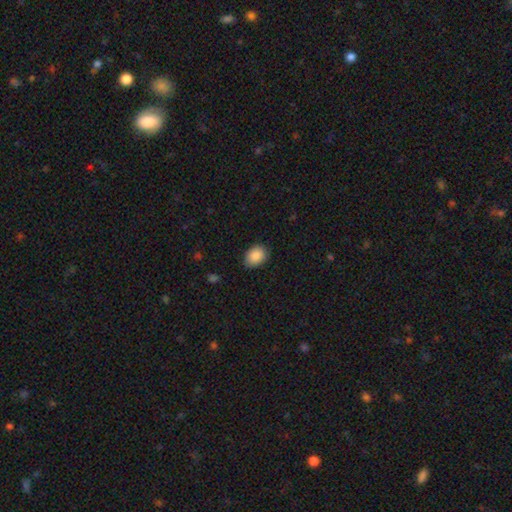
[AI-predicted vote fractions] This is clearly a smooth galaxy (88%). How rounded: likely in between (66%). Merging: clearly none (83%).